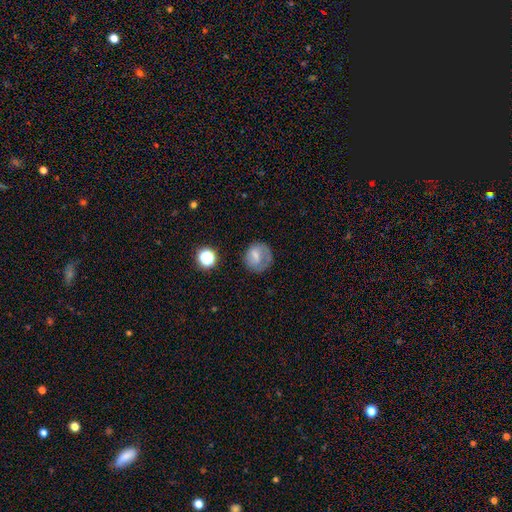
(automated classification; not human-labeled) smooth-or-featured: smooth: 63% | featured or disk: 26% | star or artifact: 11%
  how-rounded: round: 77% | in between: 22% | cigar-shaped: 1%
  merging: none: 59% | minor disturbance: 23% | major disturbance: 16% | merger: 3%